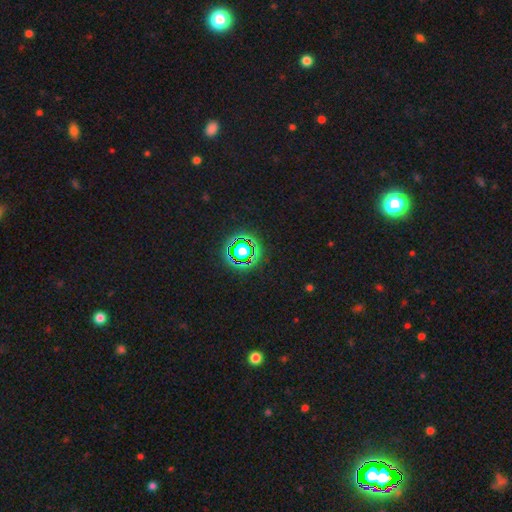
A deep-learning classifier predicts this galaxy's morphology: smooth-or-featured: star or artifact: 78% | smooth: 15% | featured or disk: 7%